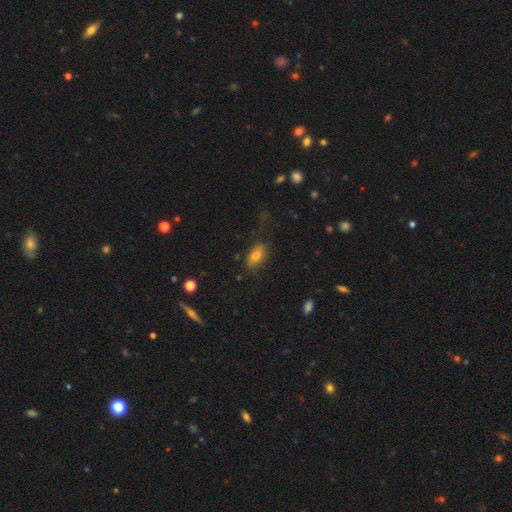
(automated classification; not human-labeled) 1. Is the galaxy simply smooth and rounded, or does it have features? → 74% smooth, 14% featured or disk, 12% star or artifact.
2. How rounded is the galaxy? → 86% in between, 7% round, 6% cigar-shaped.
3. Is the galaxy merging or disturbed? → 72% none, 18% minor disturbance, 8% major disturbance, 2% merger.